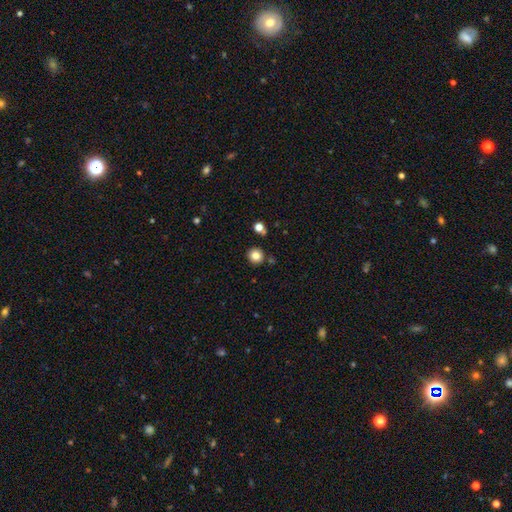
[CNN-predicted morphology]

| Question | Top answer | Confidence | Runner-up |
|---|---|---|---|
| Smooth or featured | smooth | 82% | star or artifact (12%) |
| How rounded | round | 90% | in between (9%) |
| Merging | none | 87% | minor disturbance (7%) |